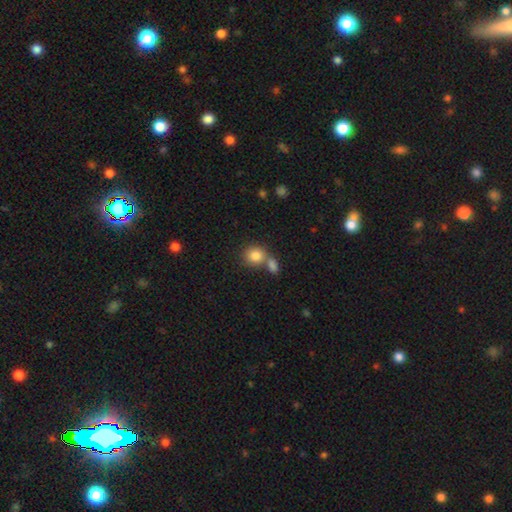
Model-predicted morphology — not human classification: Smooth or featured?
  - smooth: 84% *
  - star or artifact: 9%
  - featured or disk: 7%
How rounded?
  - round: 78% *
  - in between: 21%
  - cigar-shaped: 1%
Merging?
  - none: 46% *
  - merger: 42%
  - minor disturbance: 8%
  - major disturbance: 3%